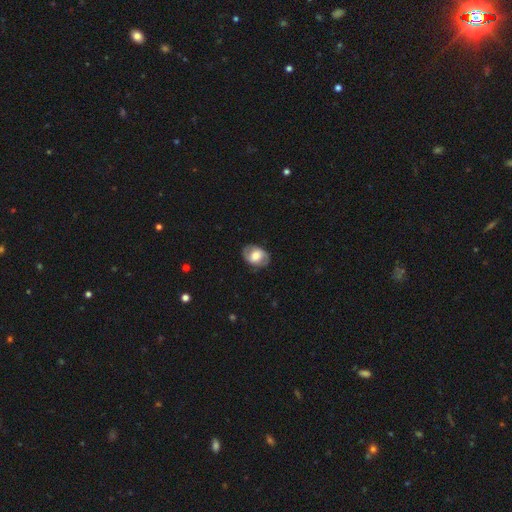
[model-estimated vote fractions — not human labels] smooth-or-featured: featured or disk: 48% | smooth: 45% | star or artifact: 7%
  merging: none: 80% | minor disturbance: 14% | major disturbance: 5% | merger: 1%